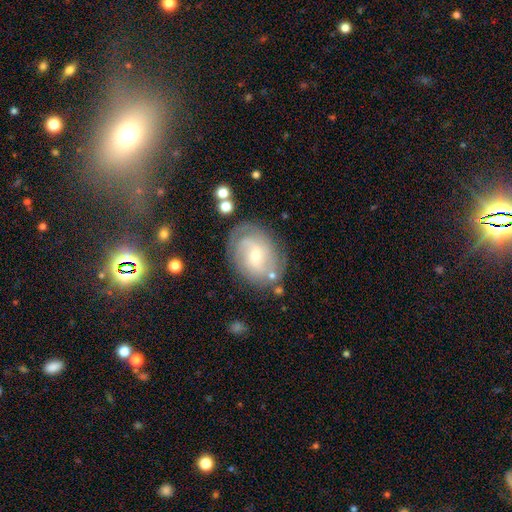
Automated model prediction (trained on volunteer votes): A featured or disk galaxy (71%) with no bar (48%), 2 (38%) tight (51%) spiral arms (89%) and a small central bulge (58%). Merging: none (74%).